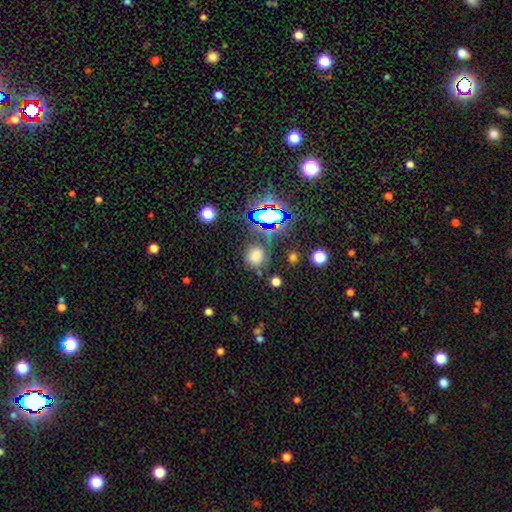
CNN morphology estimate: Smooth or featured: smooth — 65% (star or artifact — 28%)
How rounded: round — 79% (in between — 19%)
Merging: none — 74% (minor disturbance — 14%)